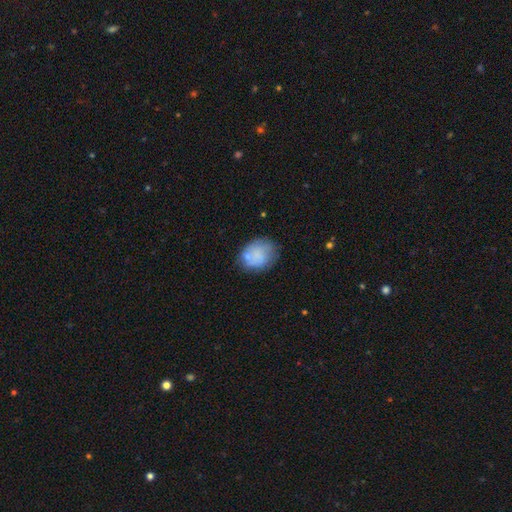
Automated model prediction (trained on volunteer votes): Morphology: type=smooth (68%); roundness=round (53%); merging=none (55%).